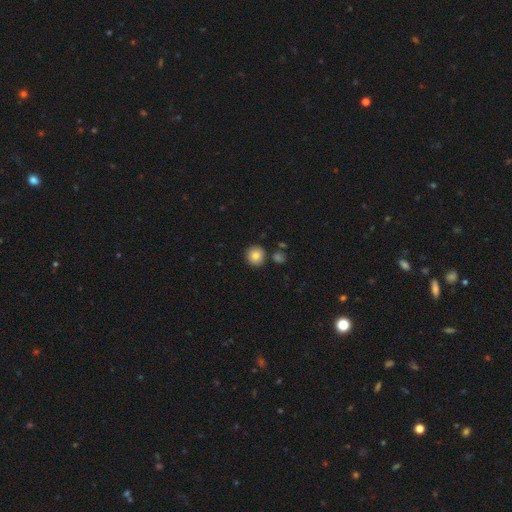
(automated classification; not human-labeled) This appears to be a smooth galaxy with no disk features (83%) that is round (93%). Merging: none (86%).